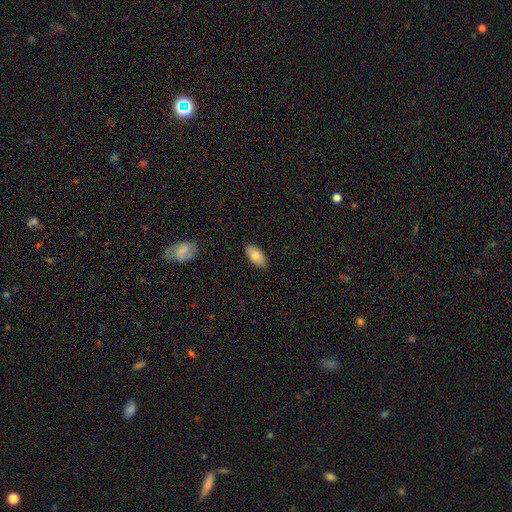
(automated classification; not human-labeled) A smooth galaxy with no disk features (80%) that is in between round and cigar-shaped (92%). Merging: none (85%).